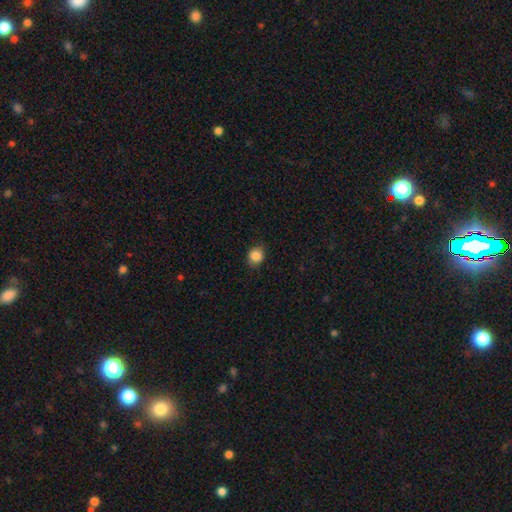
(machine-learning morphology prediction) Q: Smooth or featured?
A: smooth (86%); runner-up: star or artifact (9%)
Q: How rounded?
A: round (72%); runner-up: in between (27%)
Q: Merging?
A: none (82%); runner-up: minor disturbance (14%)